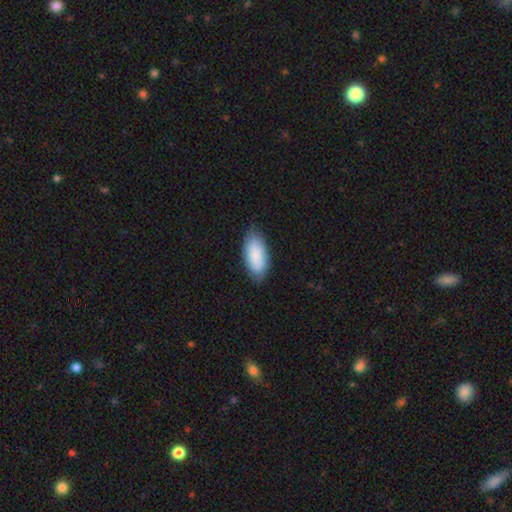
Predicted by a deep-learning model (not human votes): Q: Smooth or featured?
A: smooth (88%); runner-up: featured or disk (6%)
Q: How rounded?
A: in between (89%); runner-up: cigar-shaped (9%)
Q: Merging?
A: none (83%); runner-up: minor disturbance (13%)